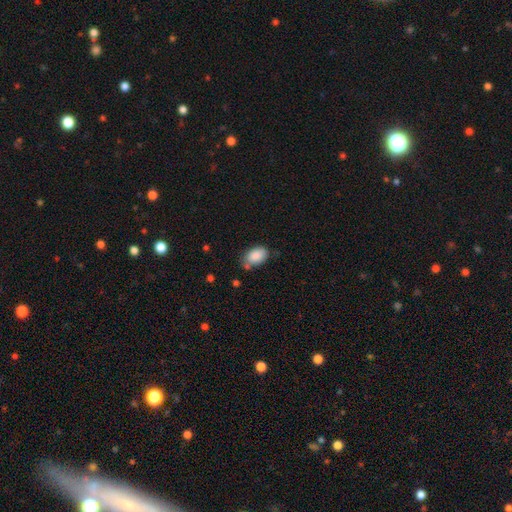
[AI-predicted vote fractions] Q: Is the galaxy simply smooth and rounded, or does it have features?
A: smooth — 88%.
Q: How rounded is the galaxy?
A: in between — 90%.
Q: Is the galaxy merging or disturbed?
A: none — 66%.